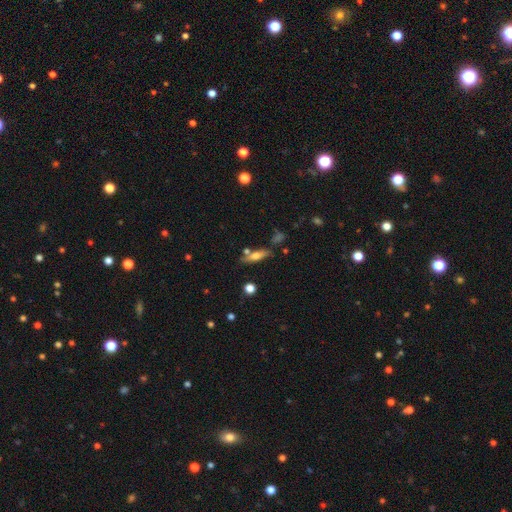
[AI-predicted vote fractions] smooth-or-featured: smooth: 55% | featured or disk: 37% | star or artifact: 9%
  how-rounded: cigar-shaped: 63% | in between: 33% | round: 3%
  merging: none: 67% | minor disturbance: 16% | merger: 12% | major disturbance: 5%